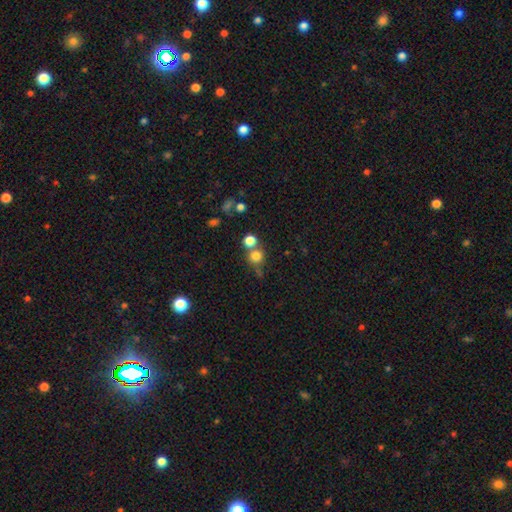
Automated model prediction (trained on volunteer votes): Smooth or featured? smooth (77%)
How rounded? round (89%)
Merging? none (56%)